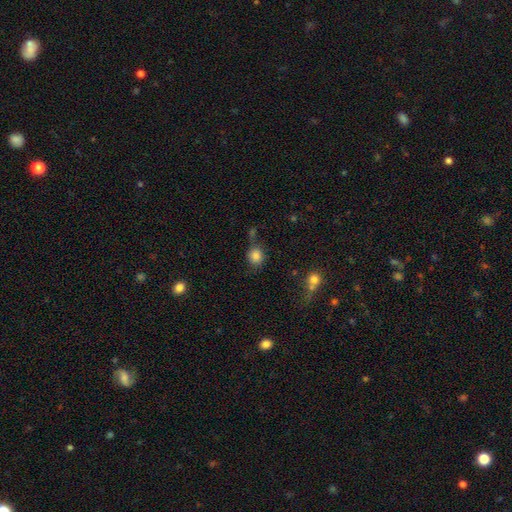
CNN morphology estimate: This is clearly a smooth galaxy (83%). How rounded: likely round (78%). Merging: likely none (62%).